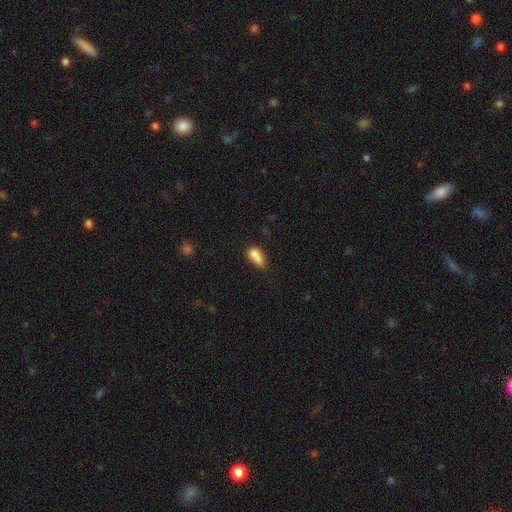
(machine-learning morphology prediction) This appears to be a smooth galaxy with no disk features (77%) that is in between round and cigar-shaped (77%). Merging: merger (35%).